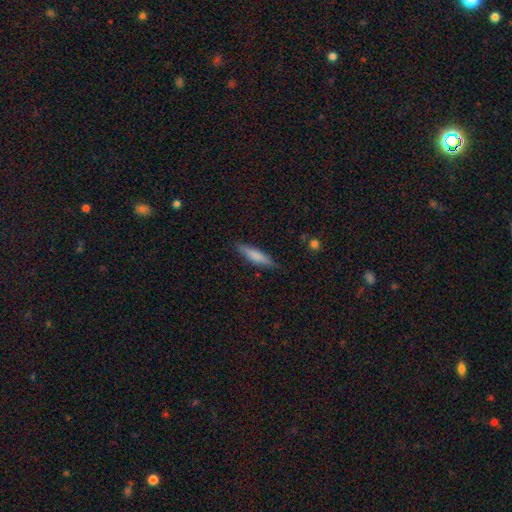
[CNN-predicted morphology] smooth_or_featured: smooth (p=0.72) [alt: featured or disk p=0.22]
how_rounded: cigar-shaped (p=0.80) [alt: in between p=0.19]
merging: none (p=0.85) [alt: minor disturbance p=0.11]